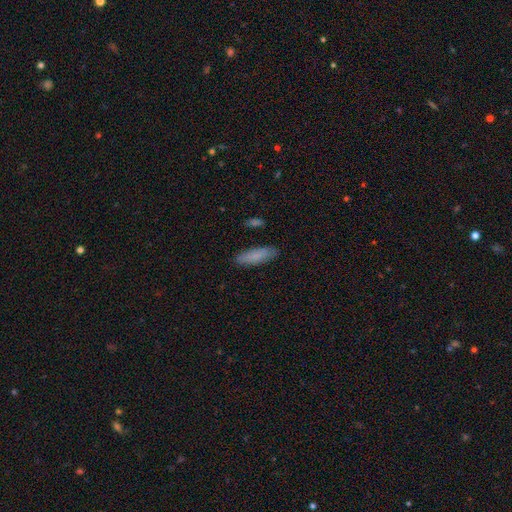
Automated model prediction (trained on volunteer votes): Smooth or featured? smooth (82%)
How rounded? cigar-shaped (56%)
Merging? none (85%)